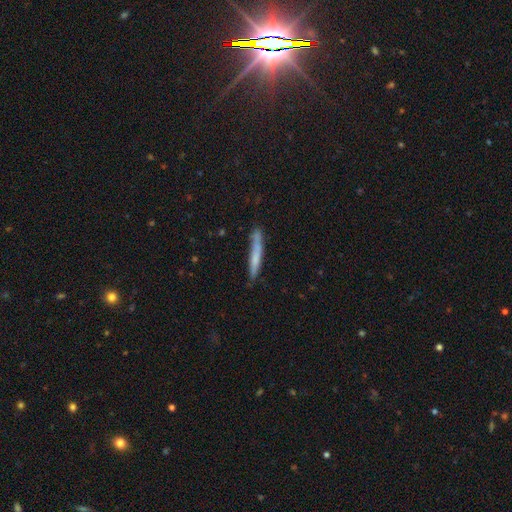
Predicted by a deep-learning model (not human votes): Morphology: type=smooth (63%); roundness=cigar-shaped (95%); merging=none (75%).